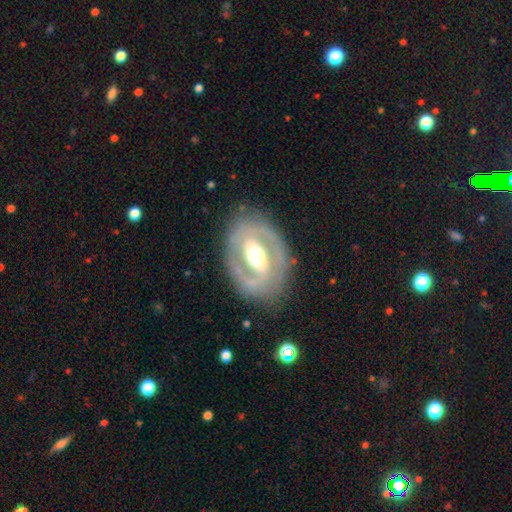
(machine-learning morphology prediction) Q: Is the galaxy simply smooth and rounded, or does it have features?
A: featured or disk — 79%.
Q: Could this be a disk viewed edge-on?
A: no — 95%.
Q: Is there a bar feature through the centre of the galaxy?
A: weak — 37%, tied with strong.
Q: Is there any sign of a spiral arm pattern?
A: yes — 66%.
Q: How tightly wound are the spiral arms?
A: tight — 51%.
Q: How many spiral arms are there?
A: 2 — 73%.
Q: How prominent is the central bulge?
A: moderate — 66%.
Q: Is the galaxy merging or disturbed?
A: none — 78%.